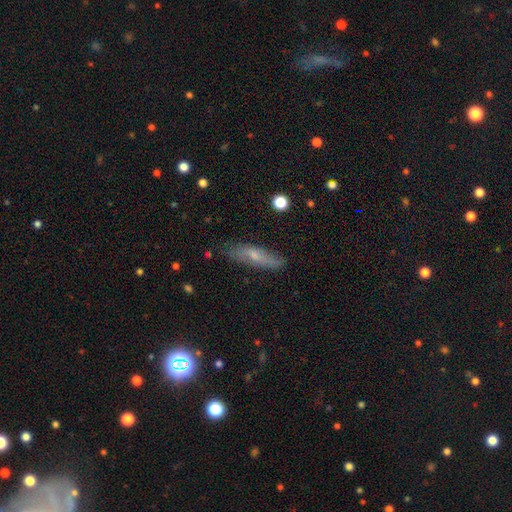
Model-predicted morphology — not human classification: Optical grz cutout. It shows a smooth galaxy with no disk features (54%) that is cigar-shaped (70%). Merging: none (77%).